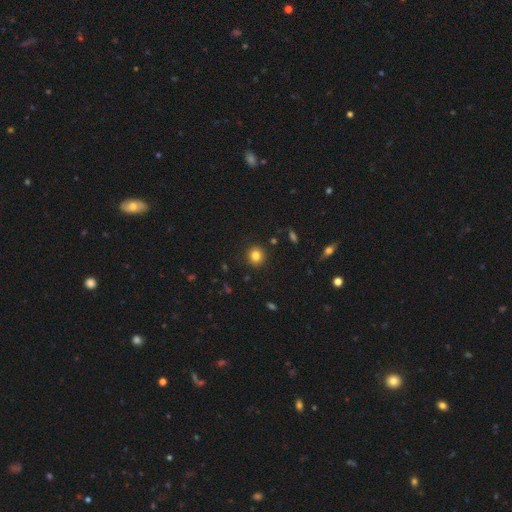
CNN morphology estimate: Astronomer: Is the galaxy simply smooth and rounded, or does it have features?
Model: smooth — 82%.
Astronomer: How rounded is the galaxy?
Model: round — 88%.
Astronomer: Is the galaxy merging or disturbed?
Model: none — 91%.